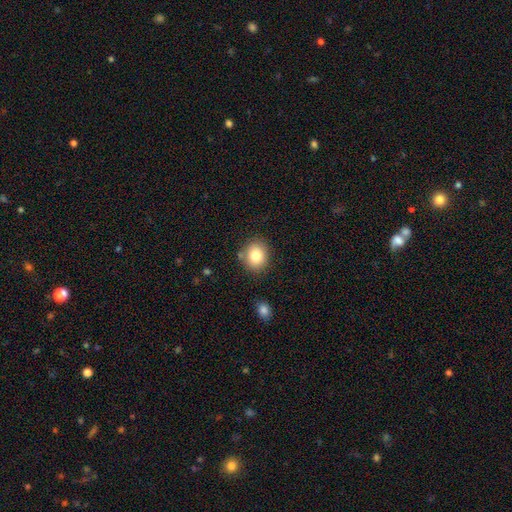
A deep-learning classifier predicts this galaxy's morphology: This appears to be a smooth galaxy with no disk features (83%) that is round (68%). Merging: none (80%).